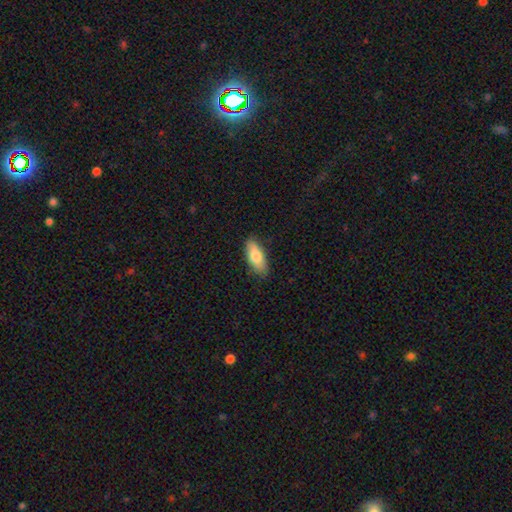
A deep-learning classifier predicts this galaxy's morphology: type=smooth (79%); roundness=in between (74%); merging=none (84%).